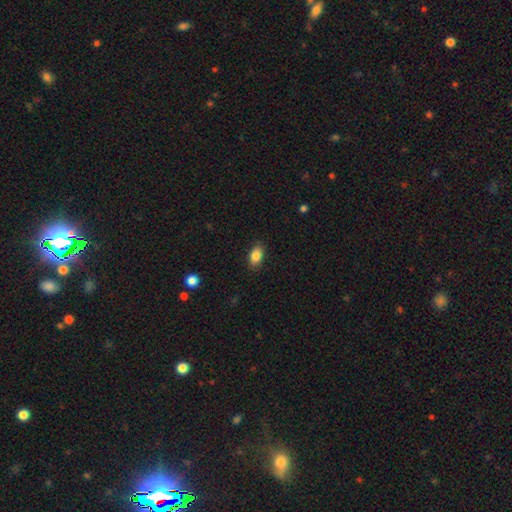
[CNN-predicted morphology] Smooth or featured? Predicted: smooth (p=0.86). How rounded? Predicted: in between (p=0.89). Merging? Predicted: none (p=0.87).